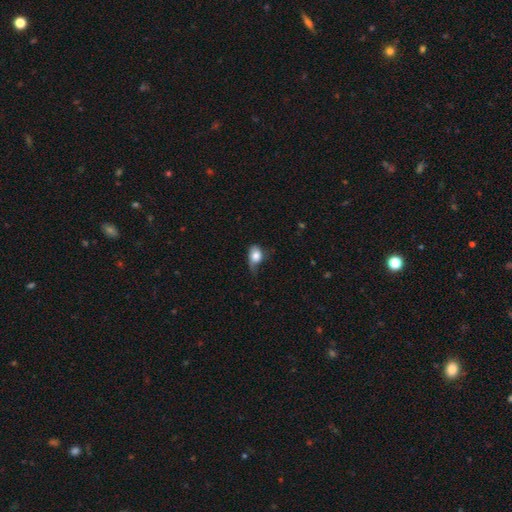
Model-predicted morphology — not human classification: A smooth galaxy with no disk features (75%) that is in between round and cigar-shaped (71%).

Vote fractions:
- Smooth or featured? smooth: 75% / featured or disk: 17% / star or artifact: 7%
- How rounded? in between: 71% / round: 27% / cigar-shaped: 2%
- Merging? minor disturbance: 41% / major disturbance: 33% / none: 24% / merger: 3%